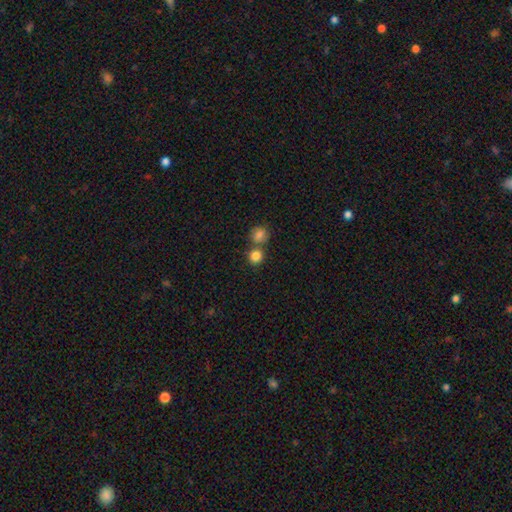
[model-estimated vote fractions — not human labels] Overall: smooth (84%). How rounded: round (88%). Merging: none (62%; merger 29%).